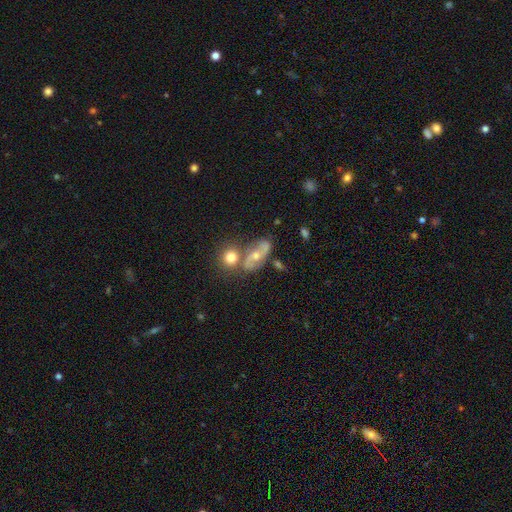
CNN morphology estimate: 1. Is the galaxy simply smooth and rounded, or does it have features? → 54% featured or disk, 34% smooth, 13% star or artifact.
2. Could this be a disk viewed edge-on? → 92% no, 8% yes.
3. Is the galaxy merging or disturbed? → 55% none, 22% merger, 16% minor disturbance, 7% major disturbance.